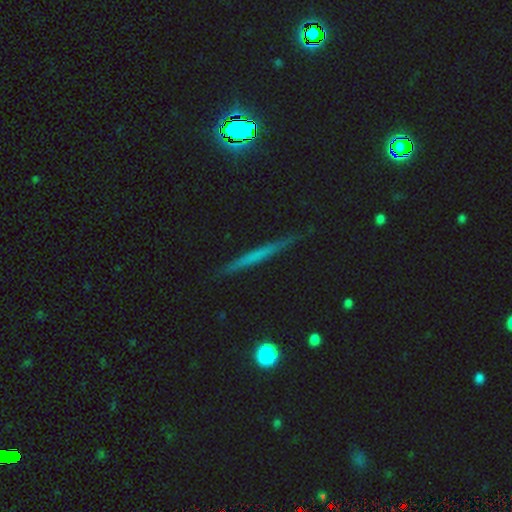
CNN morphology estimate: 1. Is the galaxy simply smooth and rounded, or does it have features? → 43% smooth (tied), 43% featured or disk (tied), 14% star or artifact.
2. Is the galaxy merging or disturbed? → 89% none, 8% minor disturbance, 2% major disturbance, 1% merger.